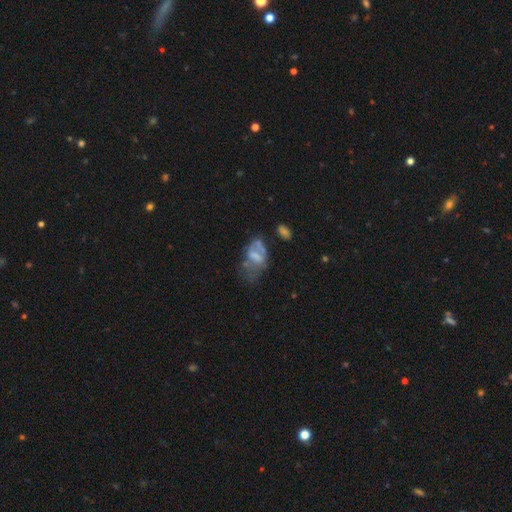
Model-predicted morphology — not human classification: smooth_or_featured: smooth (p=0.44) [tied with: featured or disk p=0.44]
merging: major disturbance (p=0.39) [alt: minor disturbance p=0.23]